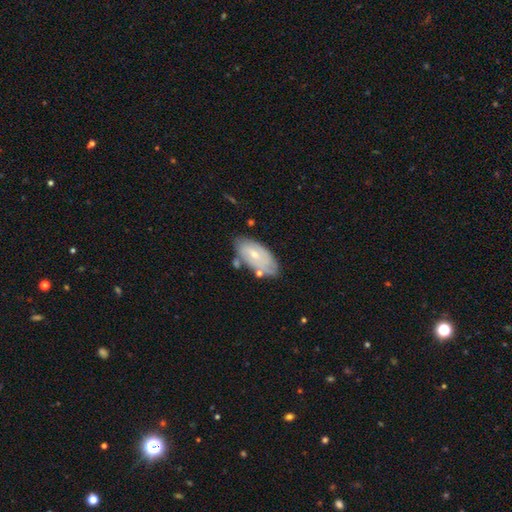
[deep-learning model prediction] Overall: smooth (47%; featured or disk 46%). Merging: none (63%).